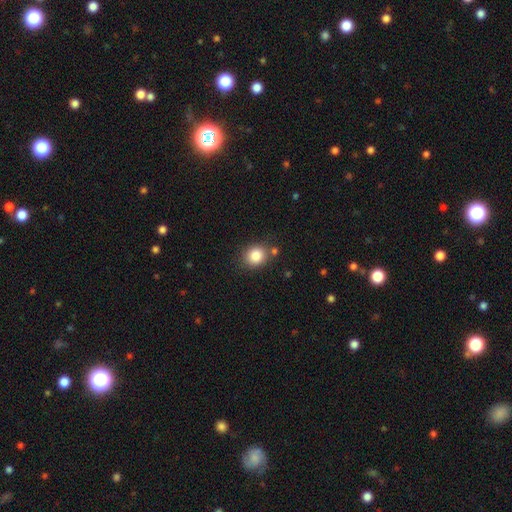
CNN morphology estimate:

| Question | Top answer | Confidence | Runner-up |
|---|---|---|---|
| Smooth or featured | smooth | 84% | star or artifact (10%) |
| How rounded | round | 73% | in between (26%) |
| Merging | none | 77% | minor disturbance (12%) |